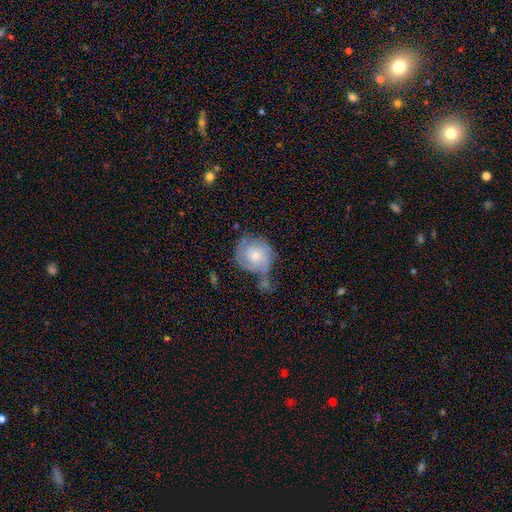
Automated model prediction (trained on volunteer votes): A featured or disk galaxy (52%) with no bar (81%), spiral arms (73%) and a moderate central bulge (51%).

Vote fractions:
- Smooth or featured? featured or disk: 52% / smooth: 41% / star or artifact: 7%
- Edge-on disk? no: 97% / yes: 3%
- Bar? no: 81% / weak: 17% / strong: 3%
- Spiral arms? yes: 73% / no: 27%
- Bulge size? moderate: 51% / small: 42% / large: 4% / none: 2% / dominant: 1%
- Merging? none: 36% / minor disturbance: 27% / major disturbance: 20% / merger: 17%